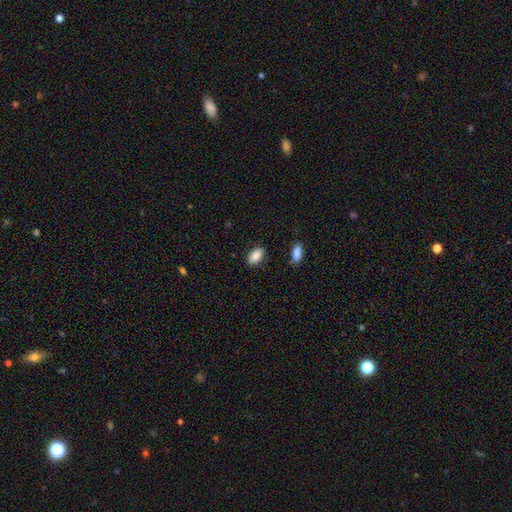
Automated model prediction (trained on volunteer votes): Smooth or featured?
  - smooth: 84% *
  - featured or disk: 9%
  - star or artifact: 7%
How rounded?
  - in between: 92% *
  - round: 5%
  - cigar-shaped: 3%
Merging?
  - none: 85% *
  - minor disturbance: 10%
  - major disturbance: 2%
  - merger: 2%